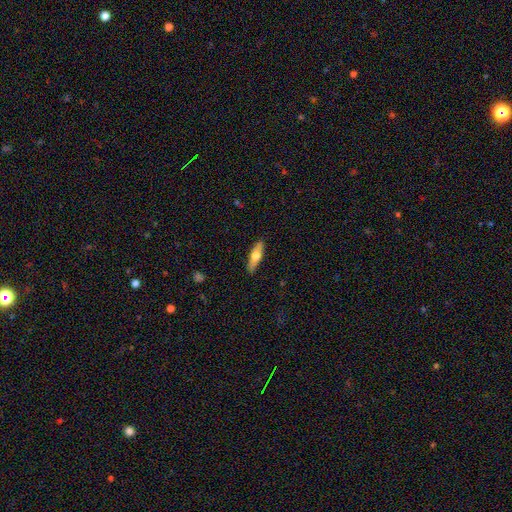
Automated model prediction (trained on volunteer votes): Overall: smooth (49%; featured or disk 45%). Merging: none (90%).